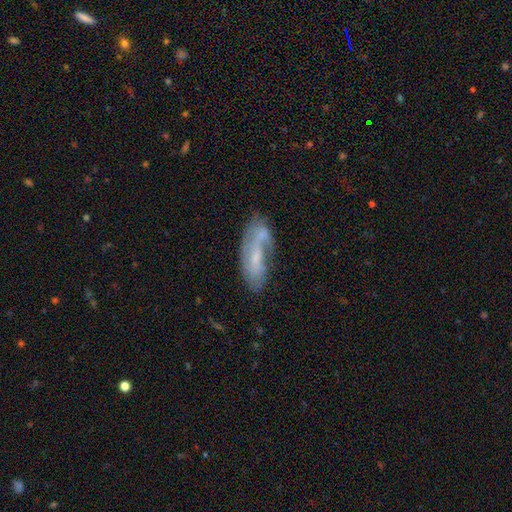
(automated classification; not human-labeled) Morphology: type=featured or disk (60%); edge-on=no (85%); bar=no (44%); spiral arms=yes (70%); bulge=small (52%); merging=none (52%).